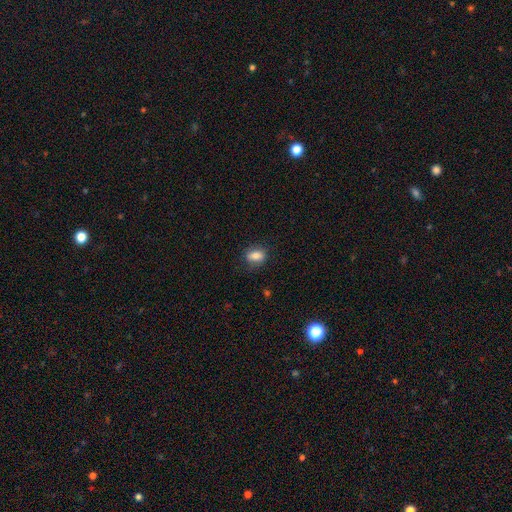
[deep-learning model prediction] Q: Smooth or featured?
A: smooth (79%); runner-up: featured or disk (12%)
Q: How rounded?
A: in between (72%); runner-up: round (25%)
Q: Merging?
A: none (79%); runner-up: minor disturbance (16%)